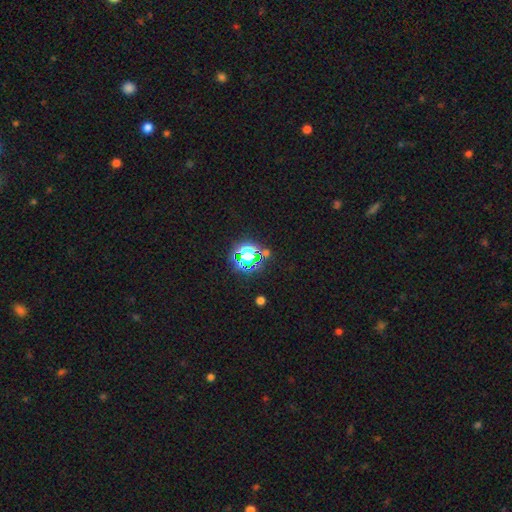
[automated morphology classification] Smooth or featured? star or artifact (65%)